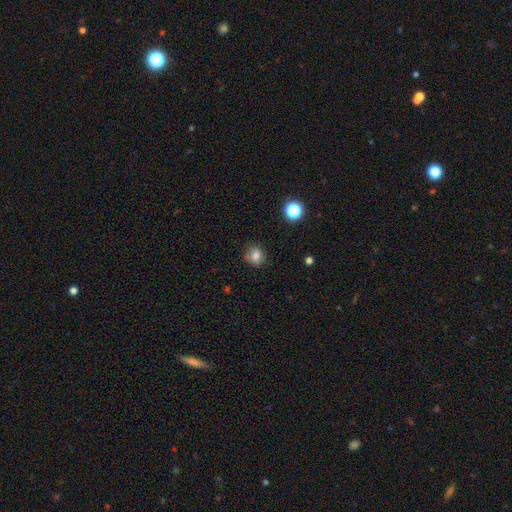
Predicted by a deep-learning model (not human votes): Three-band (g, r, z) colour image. It shows a smooth galaxy with no disk features (77%) that is round (77%). Merging: none (76%).